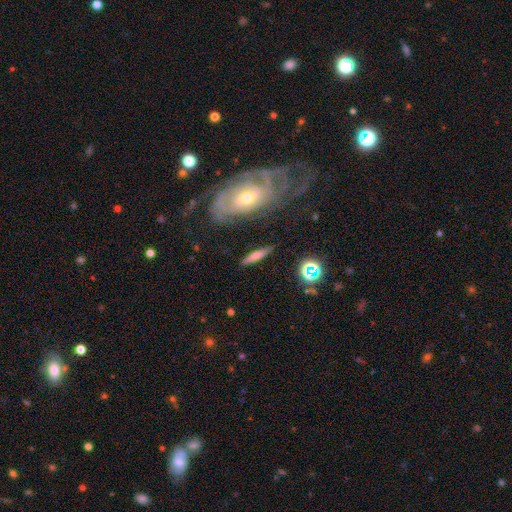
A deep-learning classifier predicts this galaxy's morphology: Smooth or featured: smooth — 58% (featured or disk — 33%)
How rounded: cigar-shaped — 80% (in between — 17%)
Merging: none — 83% (minor disturbance — 11%)